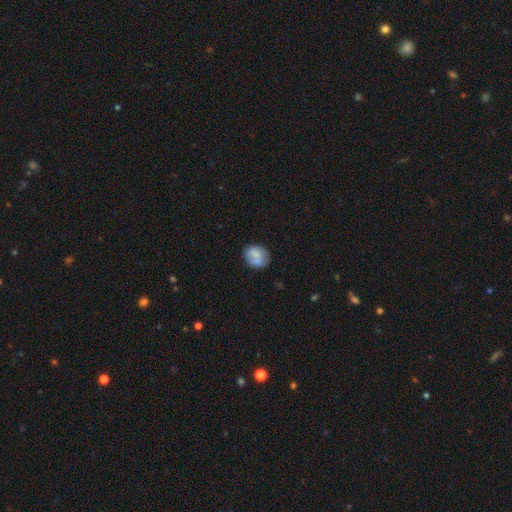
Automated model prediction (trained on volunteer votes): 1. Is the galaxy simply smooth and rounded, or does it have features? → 68% smooth, 24% featured or disk, 8% star or artifact.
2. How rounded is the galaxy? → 51% round, 48% in between, 1% cigar-shaped.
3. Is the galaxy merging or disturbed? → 56% none, 24% minor disturbance, 12% merger, 9% major disturbance.